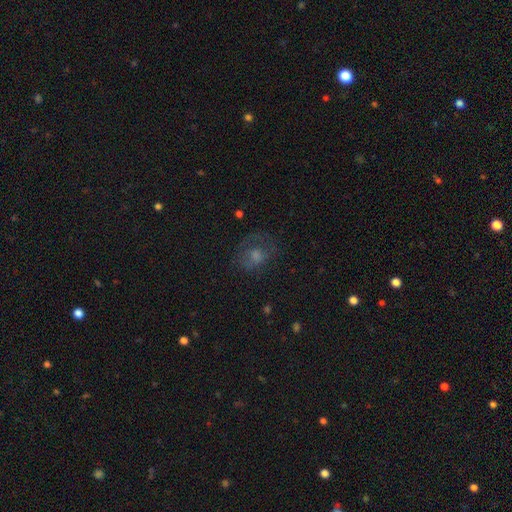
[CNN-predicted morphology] Overall: smooth (43%; featured or disk 35%). Merging: none (60%; minor disturbance 20%).